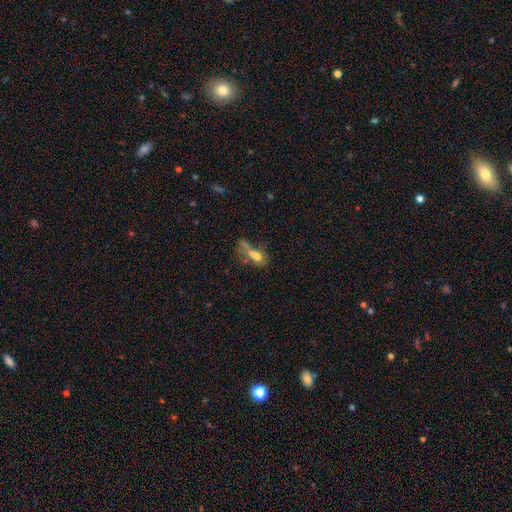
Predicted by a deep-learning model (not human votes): Q: Smooth or featured?
A: smooth (55%); runner-up: featured or disk (30%)
Q: How rounded?
A: in between (60%); runner-up: cigar-shaped (22%)
Q: Merging?
A: merger (32%); runner-up: major disturbance (30%)